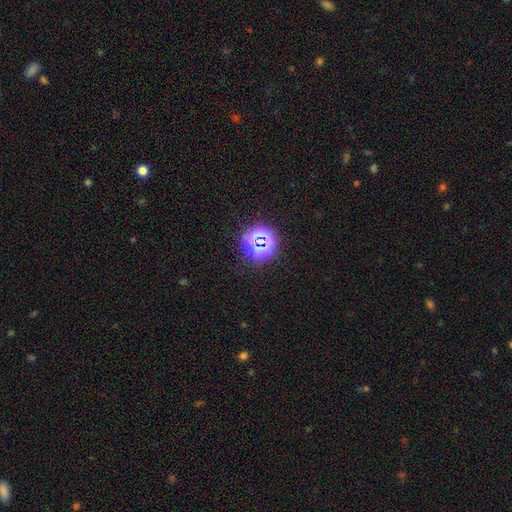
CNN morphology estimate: A star or artifact, not a galaxy (78%).

Vote fractions:
- Smooth or featured? star or artifact: 78% / smooth: 16% / featured or disk: 6%